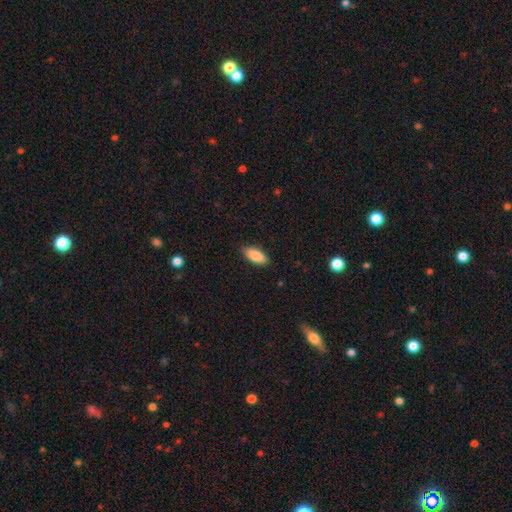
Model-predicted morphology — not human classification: type=smooth (87%); roundness=in between (86%); merging=none (87%).